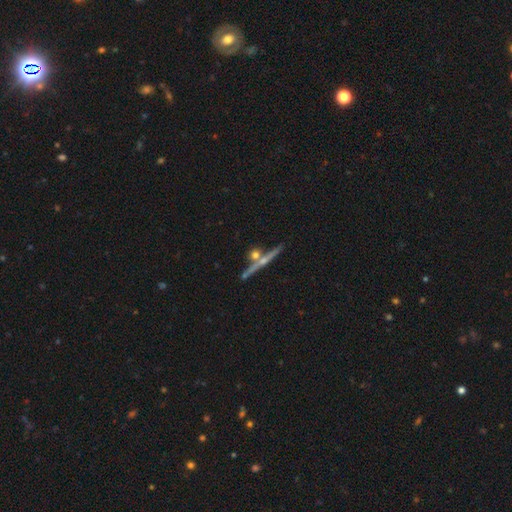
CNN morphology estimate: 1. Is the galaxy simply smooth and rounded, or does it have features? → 64% featured or disk, 27% smooth, 9% star or artifact.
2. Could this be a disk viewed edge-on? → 93% yes, 7% no.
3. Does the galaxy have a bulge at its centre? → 70% rounded, 25% none, 5% boxy.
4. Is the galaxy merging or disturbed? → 68% none, 20% merger, 8% minor disturbance, 3% major disturbance.